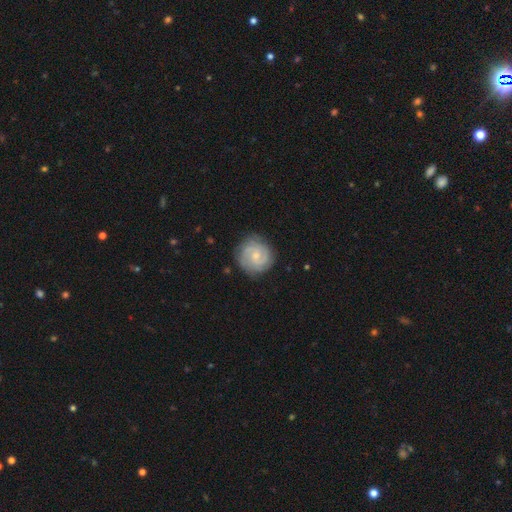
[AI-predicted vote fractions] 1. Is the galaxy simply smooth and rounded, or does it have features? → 79% featured or disk, 16% smooth, 5% star or artifact.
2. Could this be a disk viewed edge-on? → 98% no, 2% yes.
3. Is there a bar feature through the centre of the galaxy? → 57% no, 38% weak, 5% strong.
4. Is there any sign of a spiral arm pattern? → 96% yes, 4% no.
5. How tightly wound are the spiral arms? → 61% tight, 32% medium, 7% loose.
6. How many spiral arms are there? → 52% 2, 20% 3, 16% can't tell, 5% 4, 4% 1, 4% more than 4.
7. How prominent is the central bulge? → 67% small, 28% moderate, 3% none, 1% large, 1% dominant.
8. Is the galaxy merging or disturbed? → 82% none, 13% minor disturbance, 4% major disturbance, 1% merger.